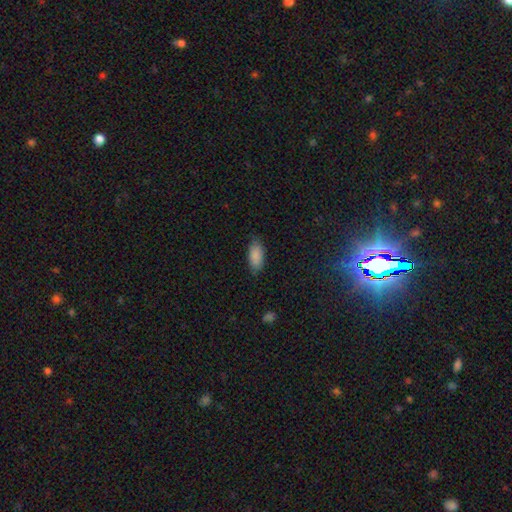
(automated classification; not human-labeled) smooth-or-featured: smooth: 88% | star or artifact: 7% | featured or disk: 5%
  how-rounded: in between: 88% | cigar-shaped: 10% | round: 2%
  merging: none: 81% | minor disturbance: 15% | major disturbance: 3% | merger: 1%